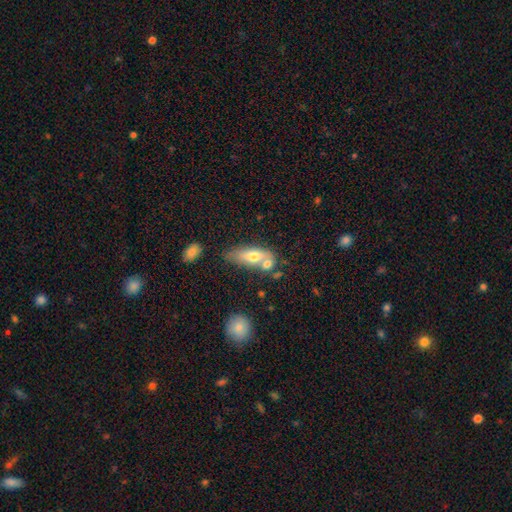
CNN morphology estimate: A smooth galaxy with no disk features (64%) that is in between round and cigar-shaped (68%).

Vote fractions:
- Smooth or featured? smooth: 64% / featured or disk: 29% / star or artifact: 7%
- How rounded? in between: 68% / cigar-shaped: 27% / round: 4%
- Merging? merger: 39% / none: 37% / minor disturbance: 16% / major disturbance: 8%